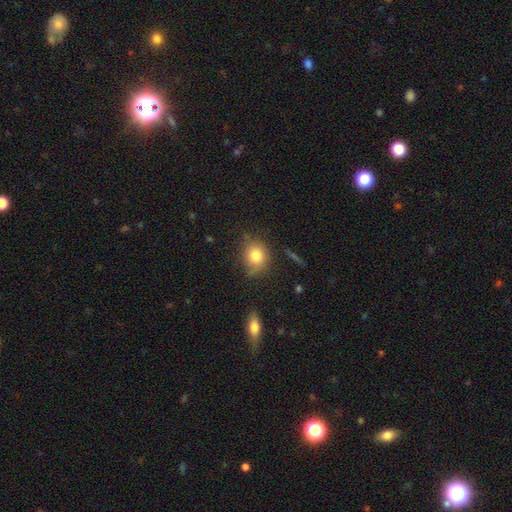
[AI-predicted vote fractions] A smooth galaxy with no disk features (80%) that is round (70%).

Vote fractions:
- Smooth or featured? smooth: 80% / featured or disk: 10% / star or artifact: 10%
- How rounded? round: 70% / in between: 29% / cigar-shaped: 1%
- Merging? none: 69% / minor disturbance: 22% / major disturbance: 6% / merger: 3%